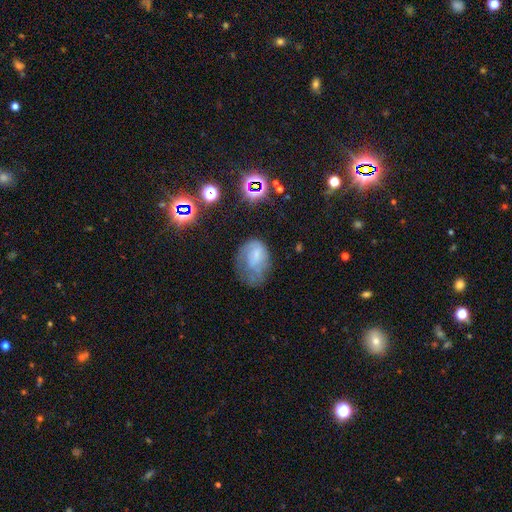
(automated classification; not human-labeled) Smooth or featured: smooth — 48% (featured or disk — 38%)
Merging: major disturbance — 38% (minor disturbance — 30%)